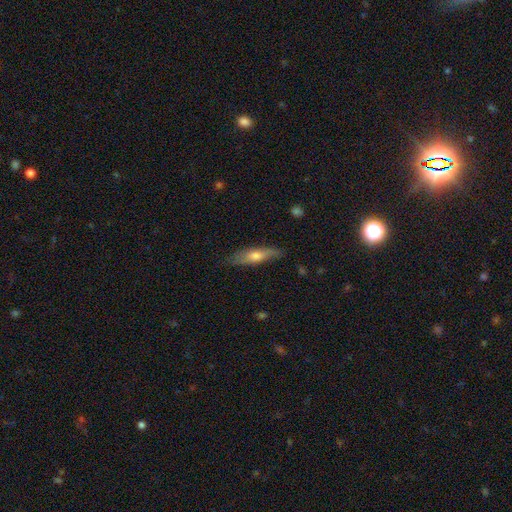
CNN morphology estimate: smooth 58%, featured or disk 36%, star or artifact 6%. Down the decision tree: how rounded — cigar-shaped (68%); merging — none (80%).